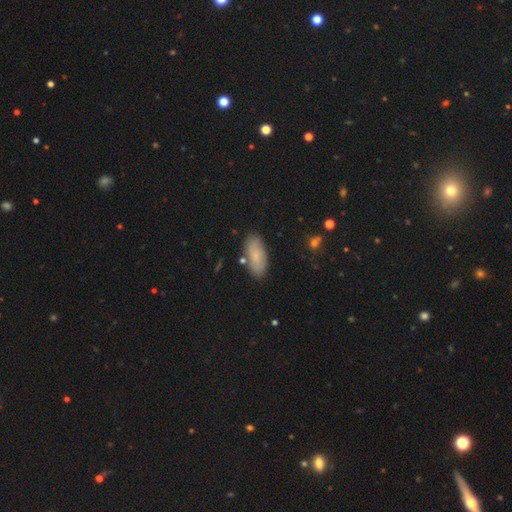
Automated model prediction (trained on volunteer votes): Smooth or featured?
  - smooth: 75% *
  - featured or disk: 18%
  - star or artifact: 7%
How rounded?
  - in between: 86% *
  - cigar-shaped: 11%
  - round: 2%
Merging?
  - none: 82% *
  - minor disturbance: 12%
  - merger: 3%
  - major disturbance: 3%